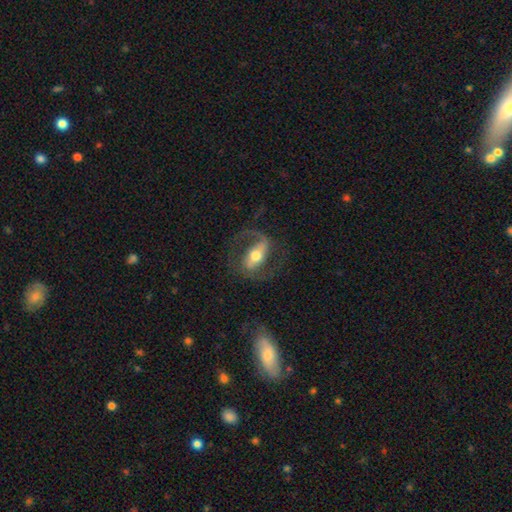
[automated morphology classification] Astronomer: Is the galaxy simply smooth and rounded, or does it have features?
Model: featured or disk — 83%.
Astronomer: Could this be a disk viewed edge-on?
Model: no — 95%.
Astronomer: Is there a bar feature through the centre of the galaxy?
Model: strong — 51% (runner-up: weak, 32%).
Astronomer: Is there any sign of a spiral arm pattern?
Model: yes — 92%.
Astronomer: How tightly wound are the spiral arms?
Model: medium — 54% (runner-up: loose, 31%).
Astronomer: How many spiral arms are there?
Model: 2 — 83%.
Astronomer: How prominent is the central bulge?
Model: moderate — 68%.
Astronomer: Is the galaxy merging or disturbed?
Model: none — 70%.